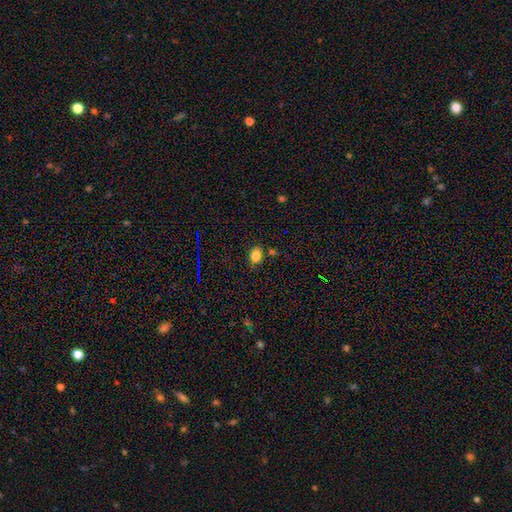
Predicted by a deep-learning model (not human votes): Smooth or featured: smooth — 81% (star or artifact — 13%)
How rounded: in between — 67% (round — 32%)
Merging: none — 78% (minor disturbance — 14%)